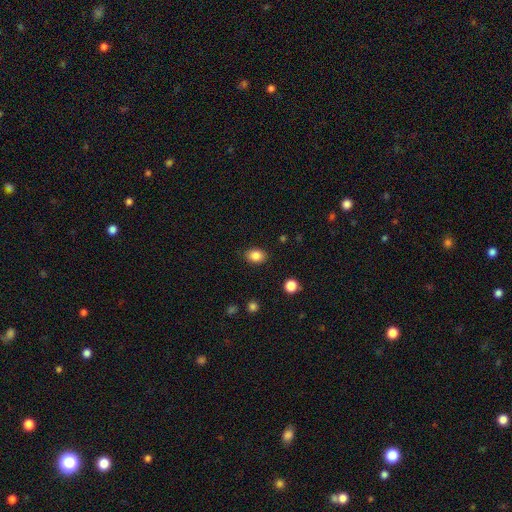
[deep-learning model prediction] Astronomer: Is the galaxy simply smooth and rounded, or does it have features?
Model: smooth — 85%.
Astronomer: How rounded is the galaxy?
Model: in between — 68%.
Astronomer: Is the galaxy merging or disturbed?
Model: none — 86%.